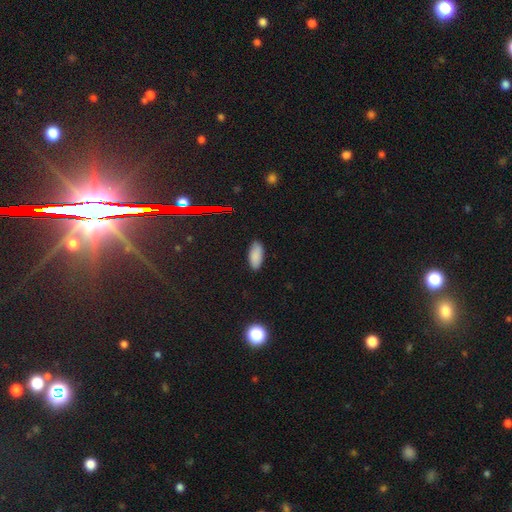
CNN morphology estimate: Overall: smooth (86%). How rounded: in between (87%). Merging: none (86%).